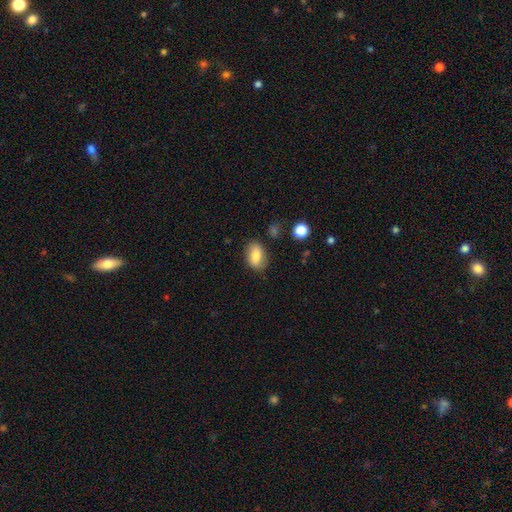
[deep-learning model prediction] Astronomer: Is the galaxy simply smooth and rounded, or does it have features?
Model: smooth — 76%.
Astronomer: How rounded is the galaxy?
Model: in between — 84%.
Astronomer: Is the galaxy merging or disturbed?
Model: none — 76%.